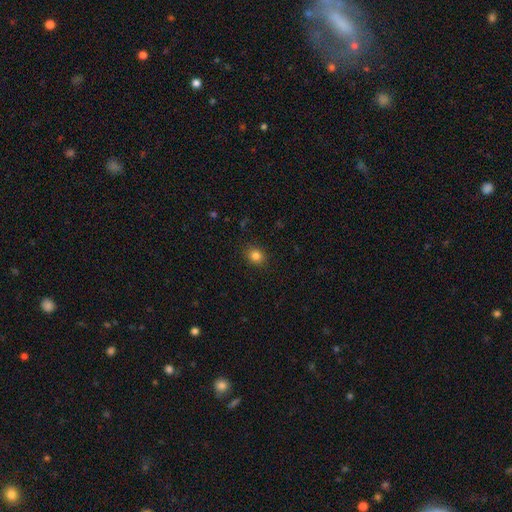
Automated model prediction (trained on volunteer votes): Overall: smooth (82%). How rounded: round (61%; in between 38%). Merging: none (88%).